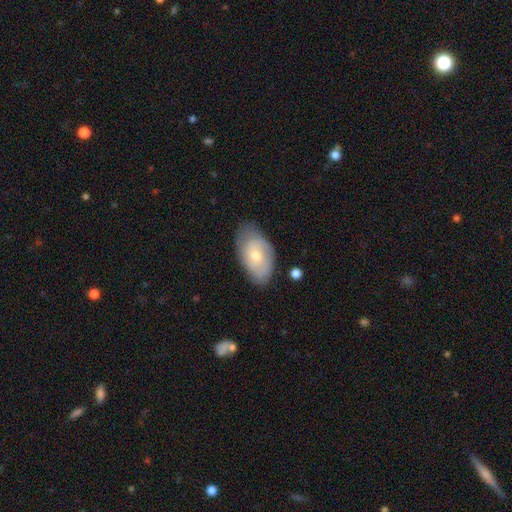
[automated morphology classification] smooth-or-featured: smooth: 49% | featured or disk: 45% | star or artifact: 6%
  merging: none: 68% | minor disturbance: 24% | major disturbance: 6% | merger: 2%